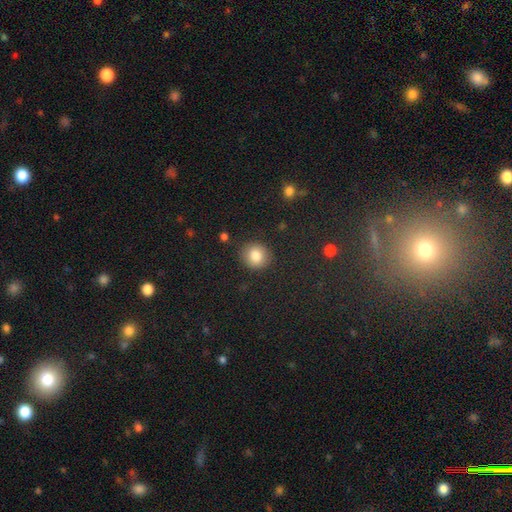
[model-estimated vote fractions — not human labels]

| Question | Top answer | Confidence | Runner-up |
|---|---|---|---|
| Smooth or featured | smooth | 83% | star or artifact (10%) |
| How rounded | round | 84% | in between (15%) |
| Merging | none | 87% | minor disturbance (8%) |